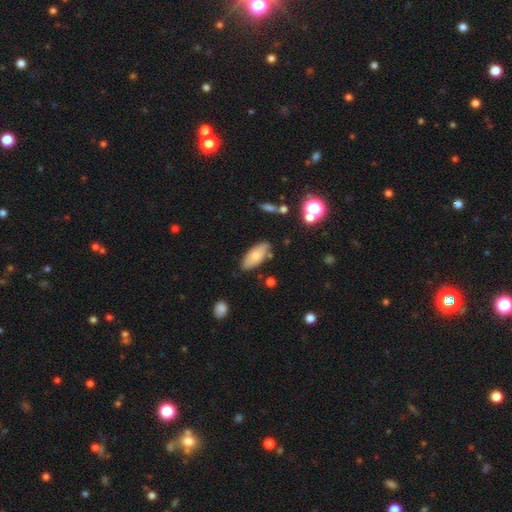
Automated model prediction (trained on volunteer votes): Overall: smooth (72%). How rounded: in between (84%). Merging: none (79%).